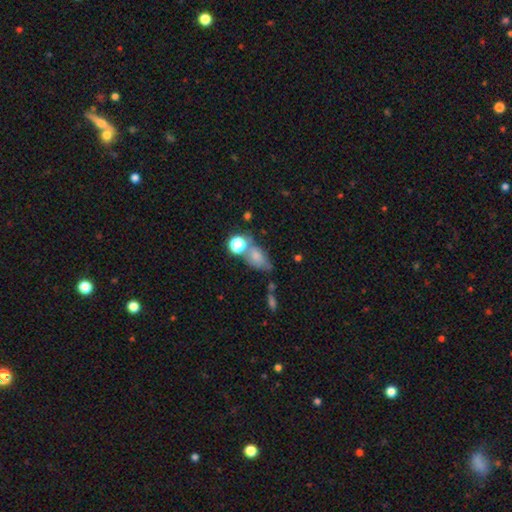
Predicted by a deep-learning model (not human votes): Overall: smooth (70%). How rounded: in between (77%). Merging: none (44%; merger 26%).